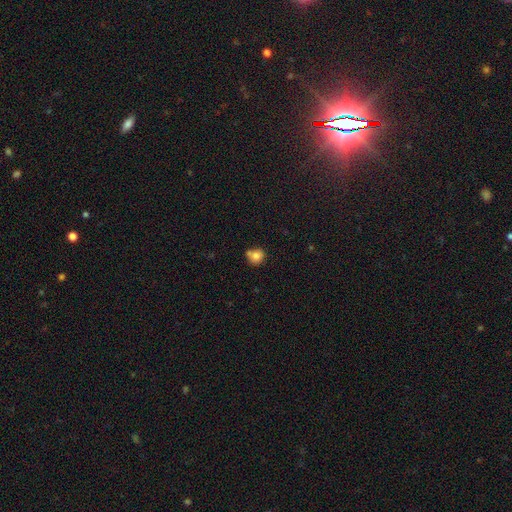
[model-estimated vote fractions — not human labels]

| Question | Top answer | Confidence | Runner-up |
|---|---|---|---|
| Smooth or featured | smooth | 80% | star or artifact (10%) |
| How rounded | round | 80% | in between (20%) |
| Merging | none | 56% | minor disturbance (20%) |